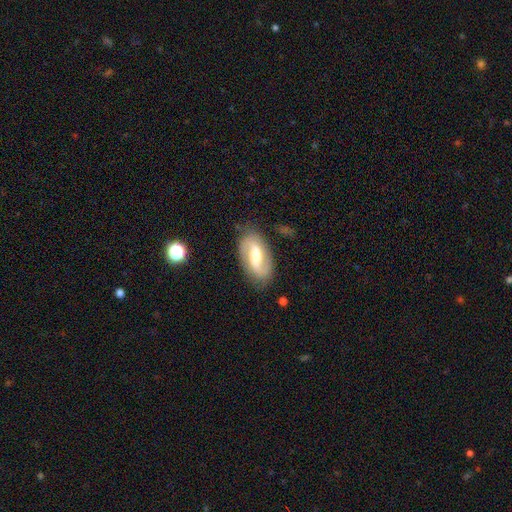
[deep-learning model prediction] A featured or disk galaxy (74%) with a weak bar (46%), 2 (89%) loose (42%) spiral arms (90%) and a moderate central bulge (55%).

Vote fractions:
- Smooth or featured? featured or disk: 74% / smooth: 20% / star or artifact: 6%
- Edge-on disk? no: 95% / yes: 5%
- Bar? weak: 46% / strong: 35% / no: 19%
- Spiral arms? yes: 90% / no: 10%
- Spiral winding? loose: 42% / medium: 40% / tight: 18%
- Spiral arm count? 2: 89% / can't tell: 5% / 1: 3% / 3: 1% / 4: 1% / more than 4: 1%
- Bulge size? moderate: 55% / small: 23% / large: 16% / none: 4% / dominant: 2%
- Merging? none: 80% / minor disturbance: 14% / major disturbance: 4% / merger: 1%